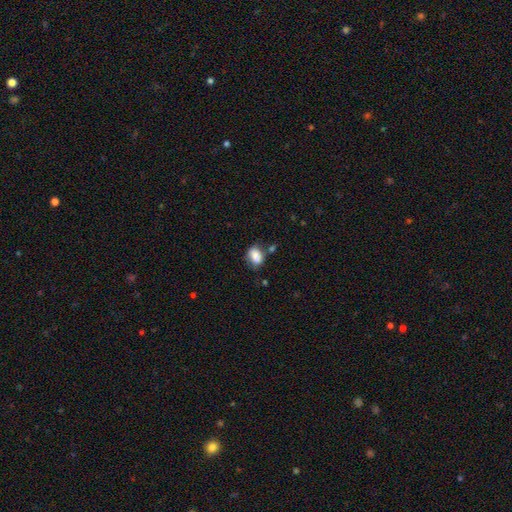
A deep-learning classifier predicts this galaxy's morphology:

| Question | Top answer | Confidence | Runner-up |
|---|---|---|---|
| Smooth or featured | smooth | 80% | featured or disk (12%) |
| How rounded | in between | 75% | round (23%) |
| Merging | none | 56% | minor disturbance (25%) |